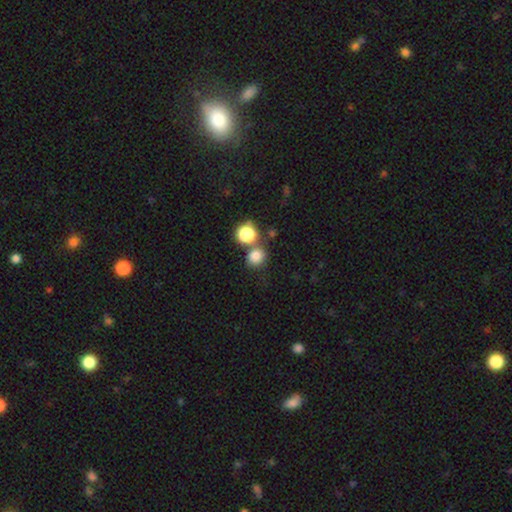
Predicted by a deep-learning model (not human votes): This is clearly a smooth galaxy (80%). How rounded: likely round (78%). Merging: possibly none (60%).